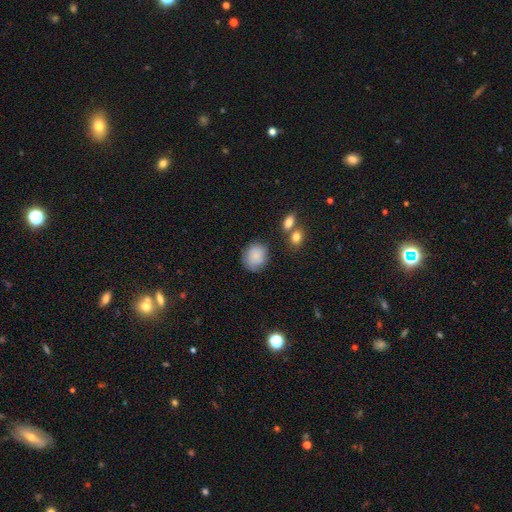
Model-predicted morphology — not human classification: Q: Smooth or featured?
A: smooth (82%); runner-up: featured or disk (10%)
Q: How rounded?
A: round (68%); runner-up: in between (31%)
Q: Merging?
A: none (72%); runner-up: minor disturbance (18%)